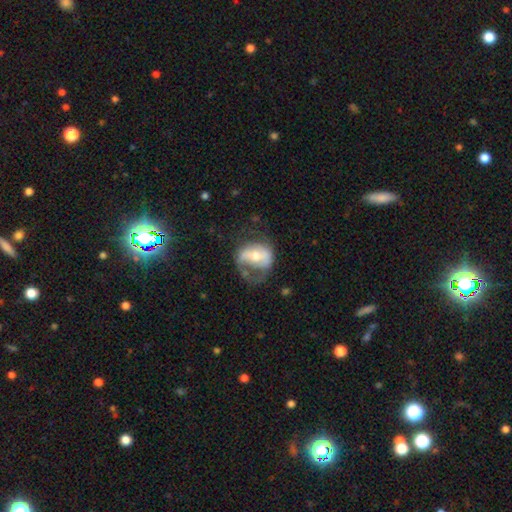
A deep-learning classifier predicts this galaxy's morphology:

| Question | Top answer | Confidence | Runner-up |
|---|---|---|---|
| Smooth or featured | featured or disk | 64% | smooth (30%) |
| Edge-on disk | no | 96% | yes (4%) |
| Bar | weak | 36% | no (35%) |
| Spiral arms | yes | 68% | no (32%) |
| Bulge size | moderate | 66% | small (24%) |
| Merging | none | 40% | major disturbance (33%) |